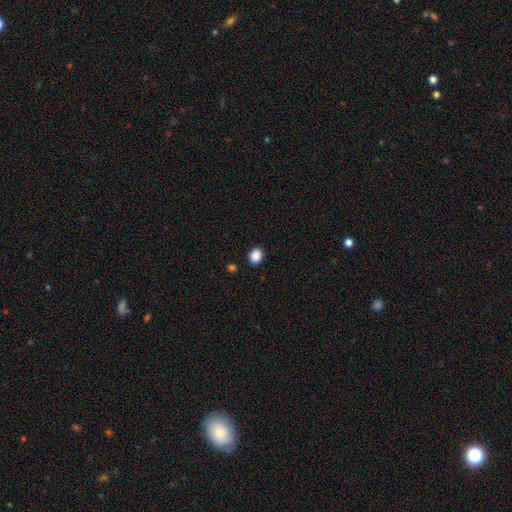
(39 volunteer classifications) Morphology: type=smooth (92%); roundness=round (50%, tied with in between); merging=none (86%).